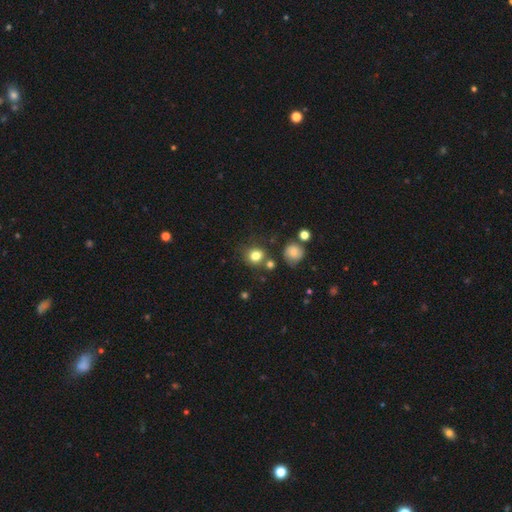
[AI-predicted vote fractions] A smooth galaxy with no disk features (79%) that is round (80%).

Vote fractions:
- Smooth or featured? smooth: 79% / star or artifact: 13% / featured or disk: 8%
- How rounded? round: 80% / in between: 19% / cigar-shaped: 1%
- Merging? none: 70% / minor disturbance: 14% / merger: 10% / major disturbance: 5%